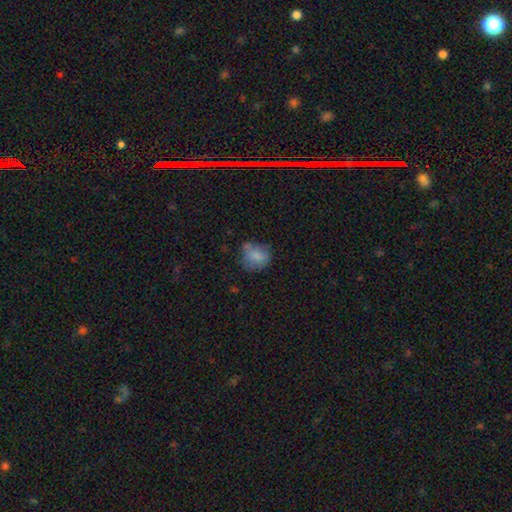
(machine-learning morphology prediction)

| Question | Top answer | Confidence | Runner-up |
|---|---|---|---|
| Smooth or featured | smooth | 74% | featured or disk (16%) |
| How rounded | round | 58% | in between (40%) |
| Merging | none | 51% | minor disturbance (30%) |